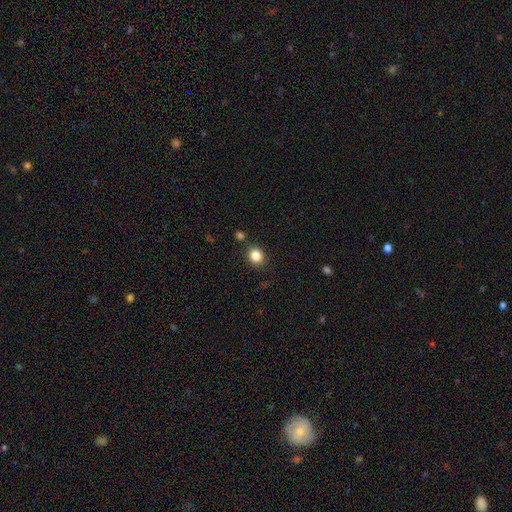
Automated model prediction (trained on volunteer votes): Smooth or featured? Predicted: smooth (p=0.84). How rounded? Predicted: round (p=0.67). Merging? Predicted: none (p=0.83).